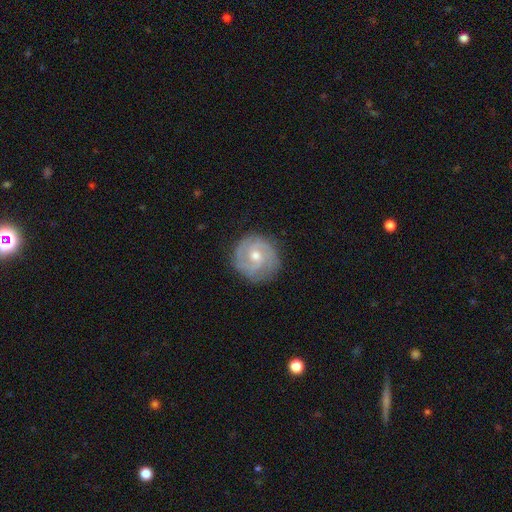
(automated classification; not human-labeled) Smooth or featured?
  - featured or disk: 81% *
  - smooth: 14%
  - star or artifact: 6%
Edge-on disk?
  - no: 98% *
  - yes: 2%
Bar?
  - no: 55% *
  - weak: 38%
  - strong: 7%
Spiral arms?
  - yes: 94% *
  - no: 6%
Spiral winding?
  - tight: 57% *
  - medium: 35%
  - loose: 8%
Spiral arm count?
  - 2: 47% *
  - 3: 24%
  - can't tell: 17%
  - 4: 4%
  - 1: 4%
  - more than 4: 4%
Bulge size?
  - moderate: 67% *
  - small: 29%
  - large: 3%
  - none: 1%
  - dominant: 1%
Merging?
  - none: 83% *
  - minor disturbance: 12%
  - major disturbance: 3%
  - merger: 1%